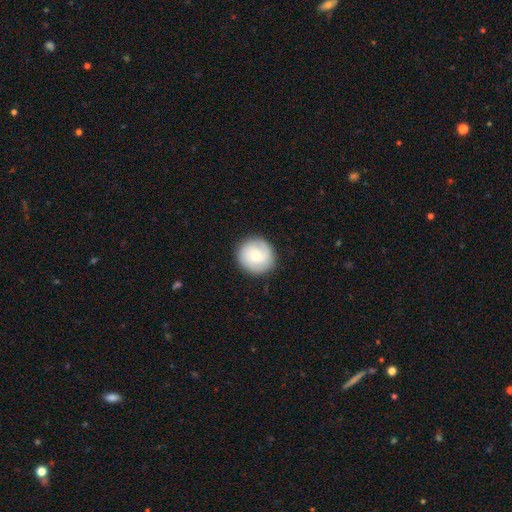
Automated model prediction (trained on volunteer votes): Overall: smooth (51%; featured or disk 43%). How rounded: round (93%). Merging: none (89%).